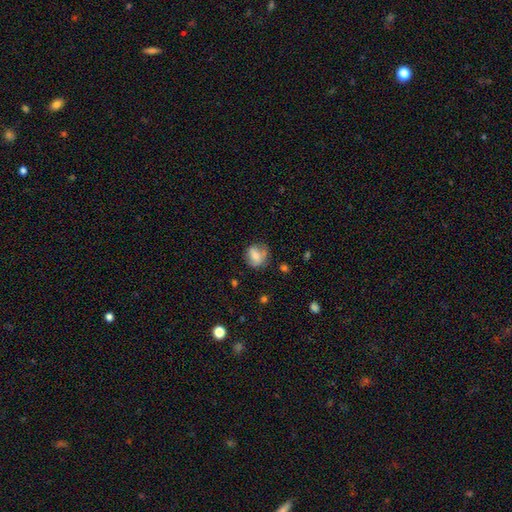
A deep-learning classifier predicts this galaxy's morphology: Smooth or featured? smooth (72%)
How rounded? round (62%)
Merging? none (56%)